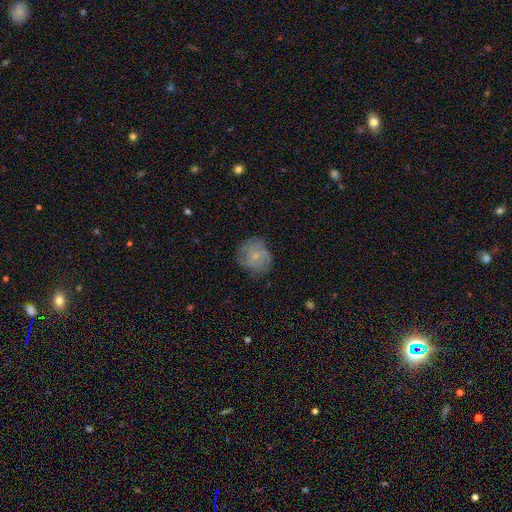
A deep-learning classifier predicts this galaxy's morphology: featured or disk 54%, smooth 37%, star or artifact 8%. Down the decision tree: edge-on disk — no (98%); bar — no (74%); spiral arms — yes (83%); bulge size — small (74%); merging — none (70%).